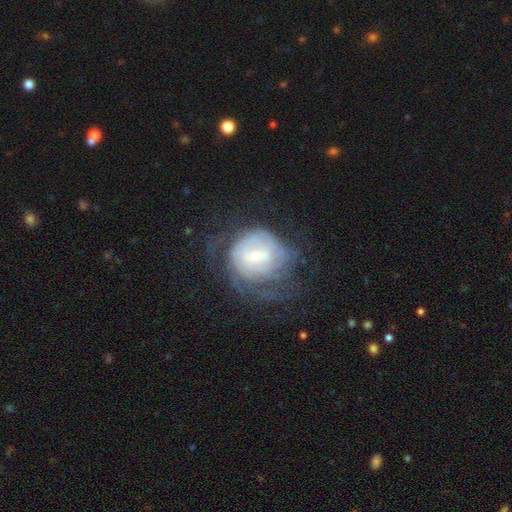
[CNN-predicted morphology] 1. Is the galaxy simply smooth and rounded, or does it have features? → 69% featured or disk, 23% smooth, 8% star or artifact.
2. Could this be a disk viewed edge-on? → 97% no, 3% yes.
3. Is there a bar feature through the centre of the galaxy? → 49% no, 41% weak, 9% strong.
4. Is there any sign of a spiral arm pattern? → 81% yes, 19% no.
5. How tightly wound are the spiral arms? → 58% tight, 28% medium, 13% loose.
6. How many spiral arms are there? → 54% can't tell, 17% 2, 10% 3, 8% 4, 5% 1, 5% more than 4.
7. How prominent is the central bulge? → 67% small, 24% moderate, 4% large, 4% none, 2% dominant.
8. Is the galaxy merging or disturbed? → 52% none, 26% major disturbance, 20% minor disturbance, 2% merger.